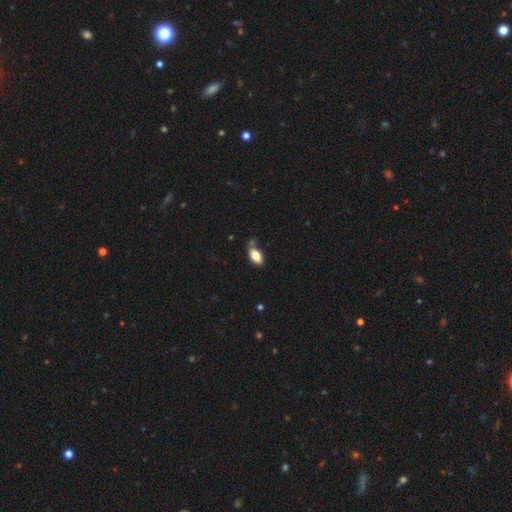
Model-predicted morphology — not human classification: smooth-or-featured: smooth: 83% | featured or disk: 9% | star or artifact: 8%
  how-rounded: in between: 92% | round: 5% | cigar-shaped: 3%
  merging: none: 61% | minor disturbance: 24% | merger: 9% | major disturbance: 6%